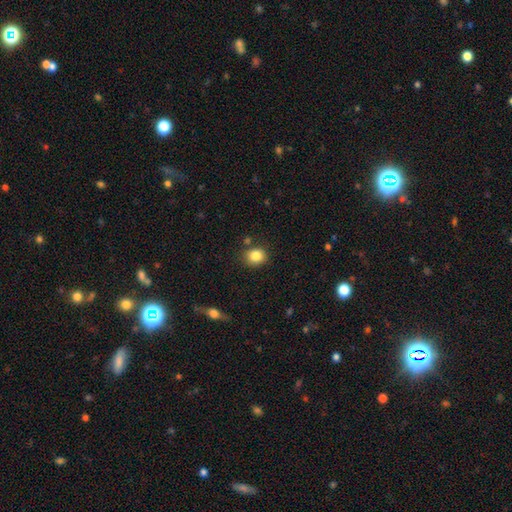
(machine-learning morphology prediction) Smooth or featured: smooth — 84% (star or artifact — 10%)
How rounded: round — 71% (in between — 29%)
Merging: none — 81% (minor disturbance — 11%)